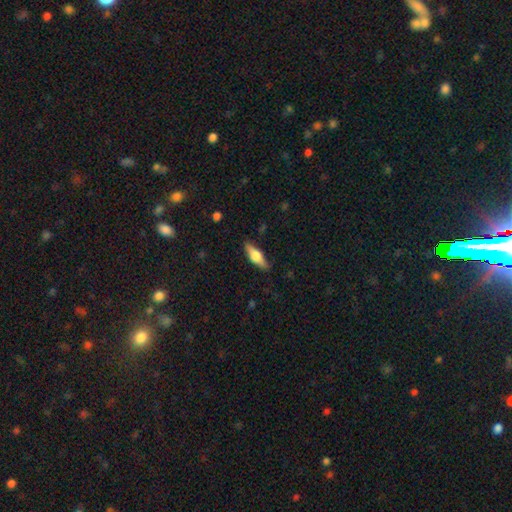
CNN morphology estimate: Smooth or featured?
  - smooth: 48% *
  - featured or disk: 46%
  - star or artifact: 6%
Merging?
  - none: 83% *
  - minor disturbance: 12%
  - major disturbance: 3%
  - merger: 1%